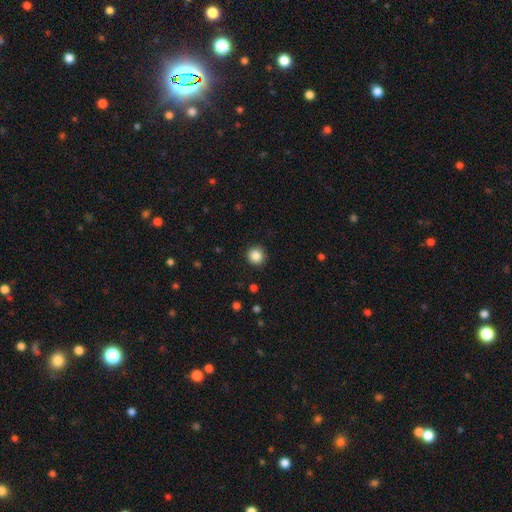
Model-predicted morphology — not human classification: smooth_or_featured: smooth (p=0.86) [alt: star or artifact p=0.10]
how_rounded: round (p=0.93) [alt: in between p=0.06]
merging: none (p=0.92) [alt: minor disturbance p=0.05]